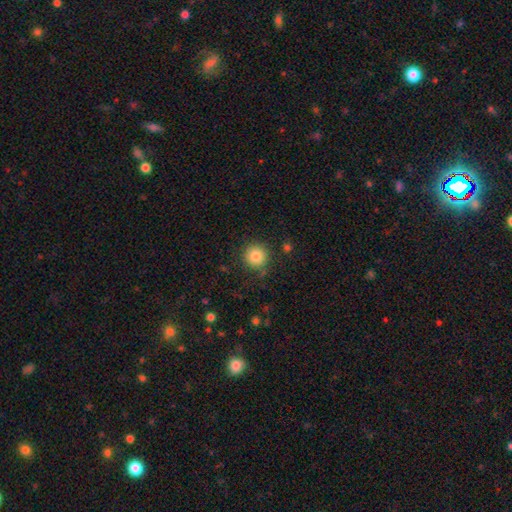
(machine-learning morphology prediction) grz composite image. It shows a smooth galaxy with no disk features (84%) that is round (95%). Merging: none (87%).